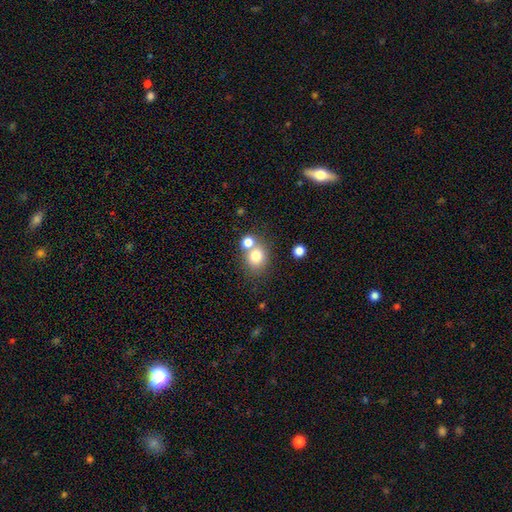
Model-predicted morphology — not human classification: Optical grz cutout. It shows a smooth galaxy with no disk features (78%) that is round (73%). Merging: none (49%).